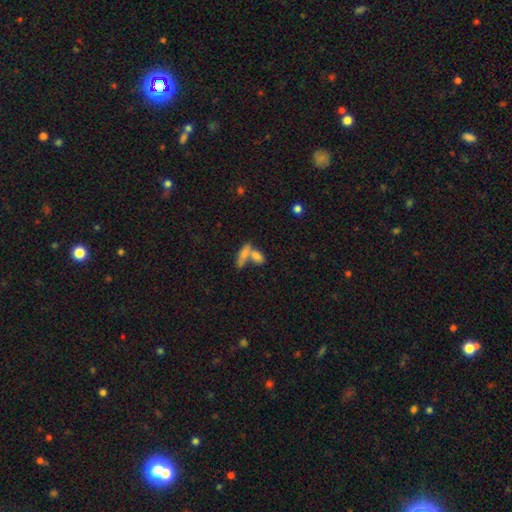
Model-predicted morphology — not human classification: Overall: smooth (73%). How rounded: in between (67%). Merging: merger (58%; none 30%).